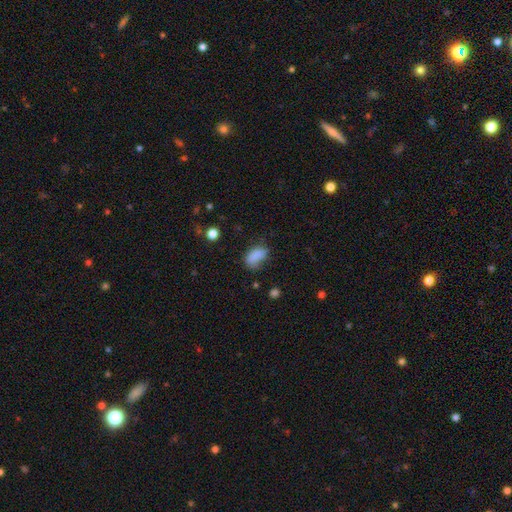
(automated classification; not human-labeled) Smooth or featured?
  - smooth: 82% *
  - star or artifact: 11%
  - featured or disk: 8%
How rounded?
  - in between: 88% *
  - round: 8%
  - cigar-shaped: 3%
Merging?
  - none: 50% *
  - minor disturbance: 31%
  - major disturbance: 14%
  - merger: 5%